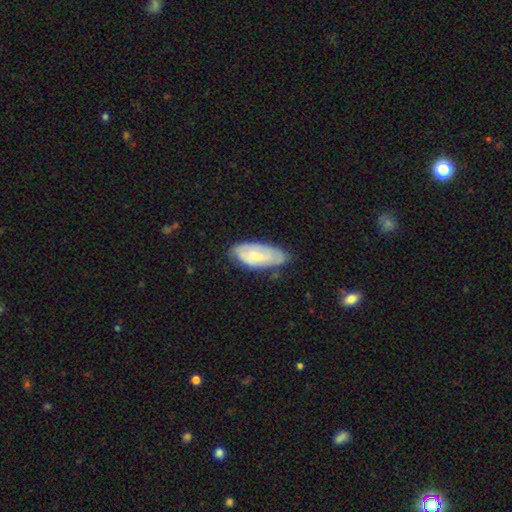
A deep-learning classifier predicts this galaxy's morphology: A smooth galaxy with no disk features (51%) that is in between round and cigar-shaped (86%). Merging: none (64%).